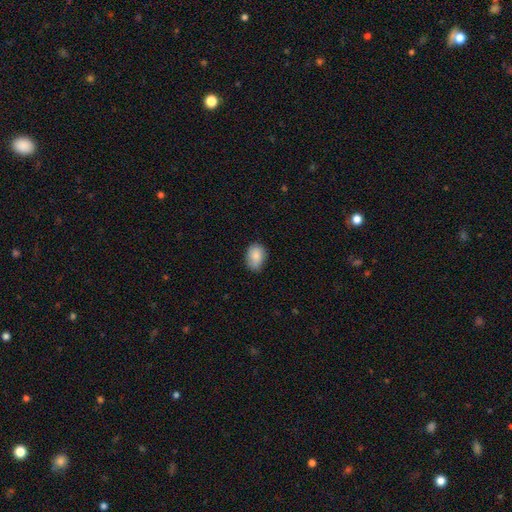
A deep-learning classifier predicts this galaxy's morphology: Smooth or featured?
  - smooth: 86% *
  - star or artifact: 7%
  - featured or disk: 6%
How rounded?
  - in between: 82% *
  - round: 17%
  - cigar-shaped: 1%
Merging?
  - none: 72% *
  - minor disturbance: 24%
  - major disturbance: 4%
  - merger: 1%